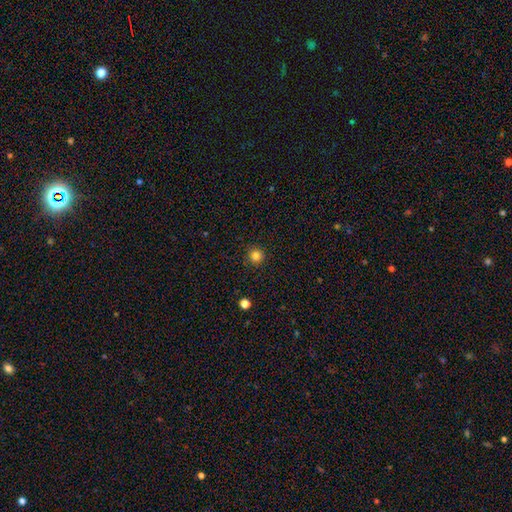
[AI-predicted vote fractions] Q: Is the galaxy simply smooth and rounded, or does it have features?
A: smooth — 83%.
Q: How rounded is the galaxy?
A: round — 95%.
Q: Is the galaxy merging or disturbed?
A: none — 92%.